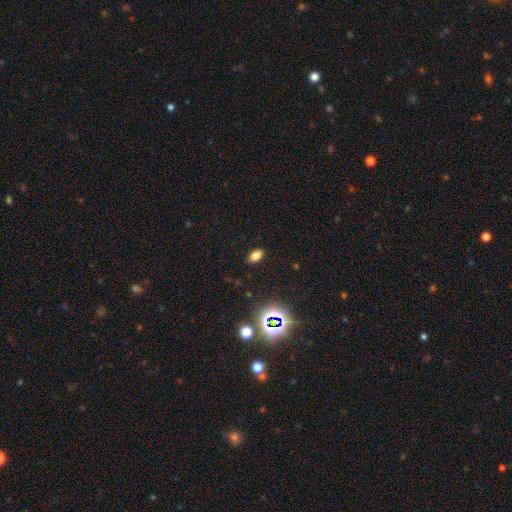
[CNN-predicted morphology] A smooth galaxy with no disk features (73%) that is in between round and cigar-shaped (86%). Merging: none (87%).